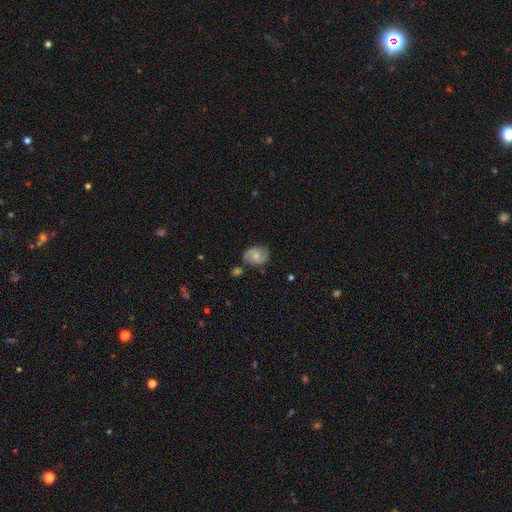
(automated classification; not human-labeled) smooth_or_featured: featured or disk (p=0.56) [alt: smooth p=0.36]
disk_edge_on: no (p=0.97) [alt: yes p=0.03]
bar: no (p=0.58) [alt: weak p=0.35]
has_spiral_arms: yes (p=0.87) [alt: no p=0.13]
bulge_size: moderate (p=0.49) [alt: small p=0.43]
merging: none (p=0.69) [alt: minor disturbance p=0.19]